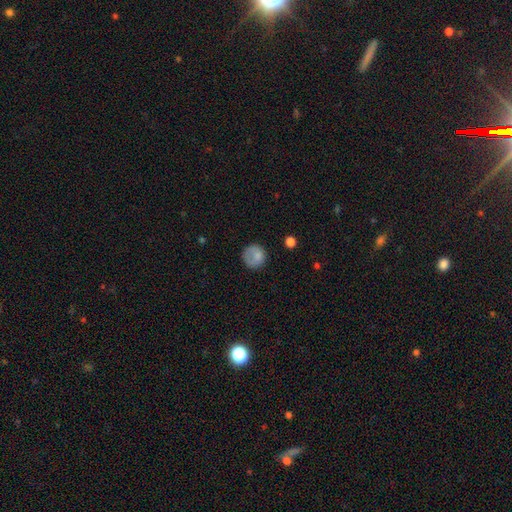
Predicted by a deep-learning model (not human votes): The model was most divided on "merging": none: 67%, minor disturbance: 21%, major disturbance: 11%, merger: 2%. More confident: how rounded — round (87%); smooth or featured — smooth (78%).